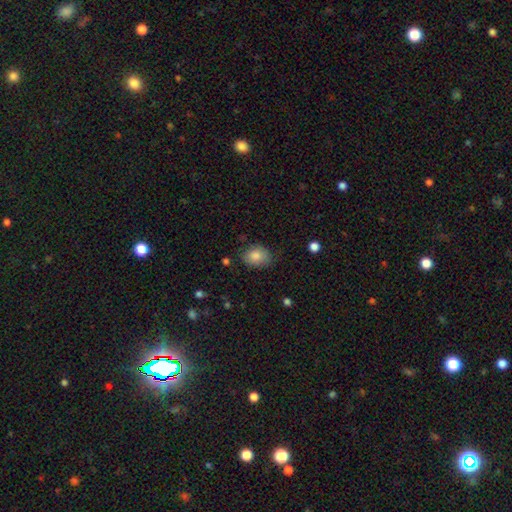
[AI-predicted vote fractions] A smooth galaxy with no disk features (85%) that is in between round and cigar-shaped (62%).

Vote fractions:
- Smooth or featured? smooth: 85% / star or artifact: 8% / featured or disk: 7%
- How rounded? in between: 62% / round: 37% / cigar-shaped: 1%
- Merging? none: 75% / minor disturbance: 19% / major disturbance: 4% / merger: 1%